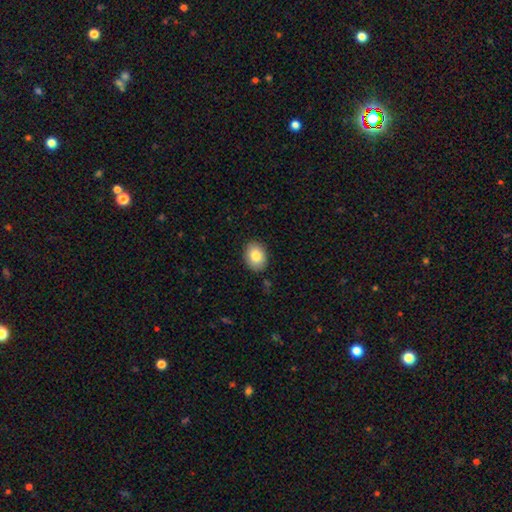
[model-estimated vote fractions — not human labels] Smooth or featured? smooth (83%)
How rounded? in between (70%)
Merging? none (87%)